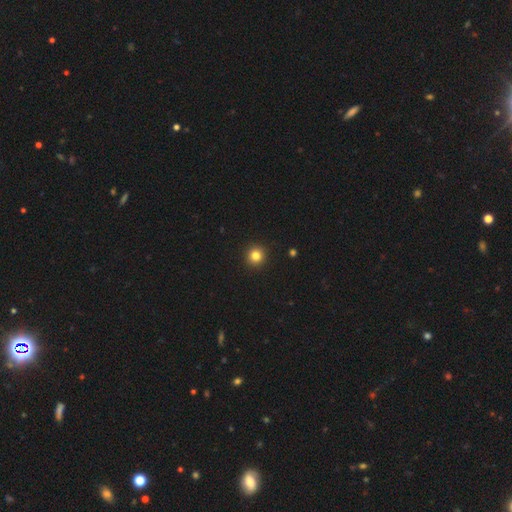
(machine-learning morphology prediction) type=smooth (82%); roundness=round (95%); merging=none (93%).